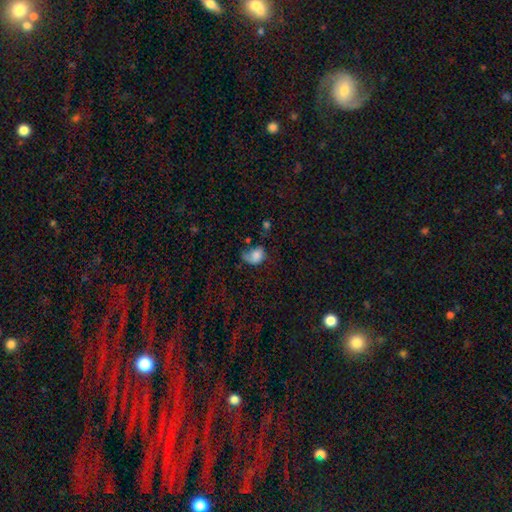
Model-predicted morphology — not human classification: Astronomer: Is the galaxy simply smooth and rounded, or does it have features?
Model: smooth — 68%.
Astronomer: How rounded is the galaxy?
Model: in between — 70%.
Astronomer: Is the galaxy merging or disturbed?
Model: major disturbance — 35% (runner-up: minor disturbance, 30%).